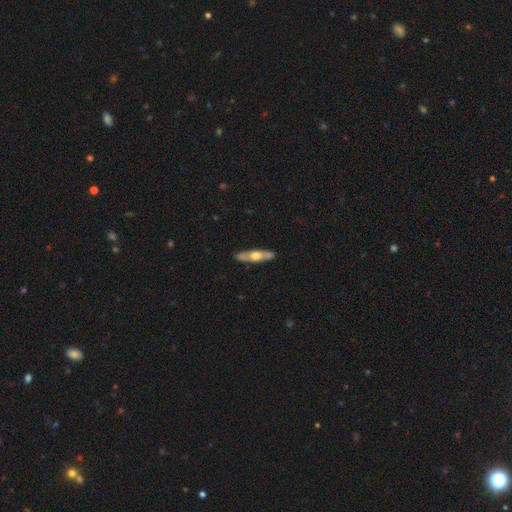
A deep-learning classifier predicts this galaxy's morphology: A featured or disk galaxy (55%) viewed edge-on (65%).

Vote fractions:
- Smooth or featured? featured or disk: 55% / smooth: 41% / star or artifact: 5%
- Edge-on disk? yes: 65% / no: 35%
- Merging? none: 87% / minor disturbance: 10% / major disturbance: 2% / merger: 1%